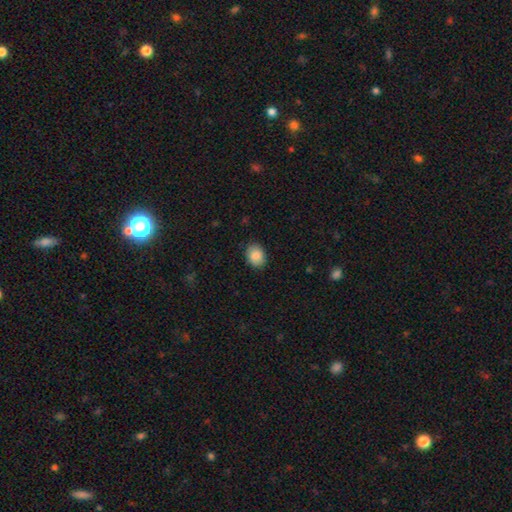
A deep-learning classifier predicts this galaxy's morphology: Overall: smooth (87%). How rounded: in between (66%; round 33%). Merging: none (87%).